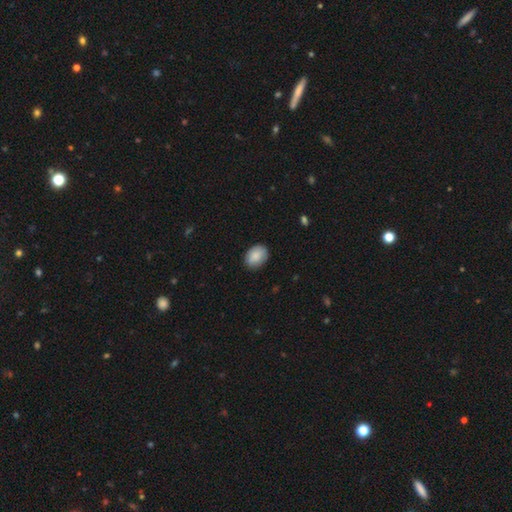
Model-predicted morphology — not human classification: Smooth or featured: smooth — 87% (featured or disk — 7%)
How rounded: in between — 76% (round — 23%)
Merging: none — 83% (minor disturbance — 14%)